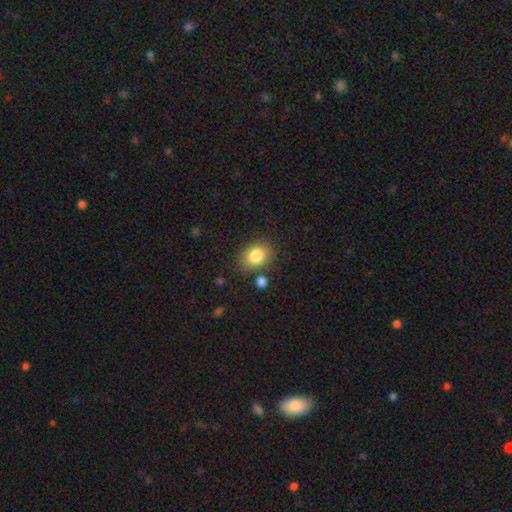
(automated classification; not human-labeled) Smooth or featured: smooth — 83% (star or artifact — 9%)
How rounded: in between — 58% (round — 41%)
Merging: none — 78% (minor disturbance — 12%)